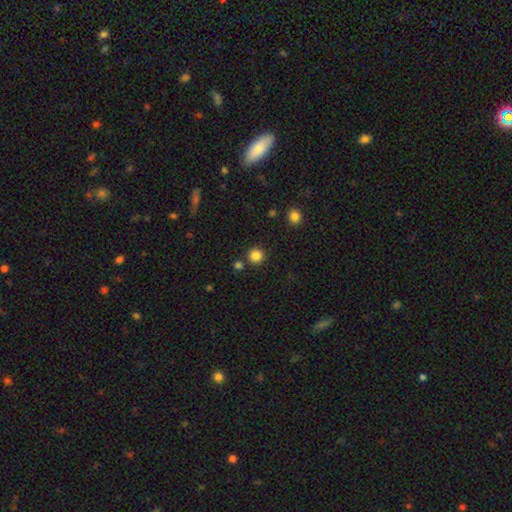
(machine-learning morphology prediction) Smooth or featured?
  - smooth: 84% *
  - star or artifact: 12%
  - featured or disk: 4%
How rounded?
  - round: 95% *
  - in between: 4%
  - cigar-shaped: 1%
Merging?
  - none: 85% *
  - merger: 6%
  - minor disturbance: 6%
  - major disturbance: 2%